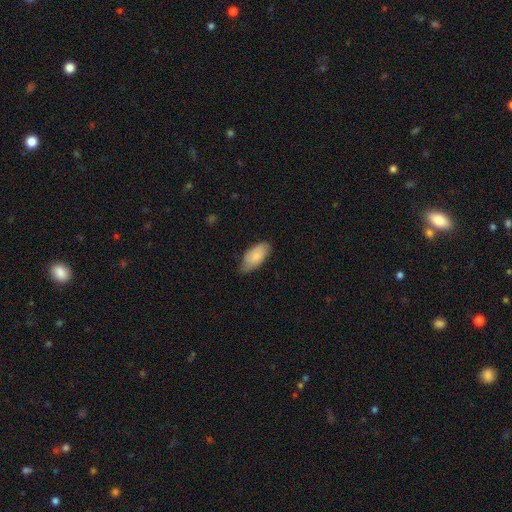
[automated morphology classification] Smooth or featured: smooth — 82% (featured or disk — 13%)
How rounded: in between — 92% (cigar-shaped — 6%)
Merging: none — 66% (minor disturbance — 29%)